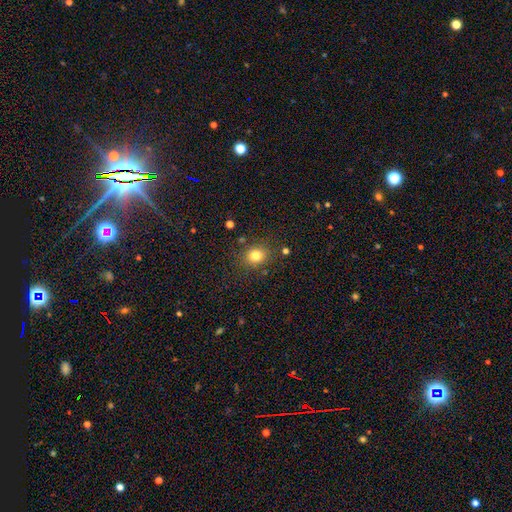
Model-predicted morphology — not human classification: Overall: smooth (79%). How rounded: round (71%). Merging: none (82%).